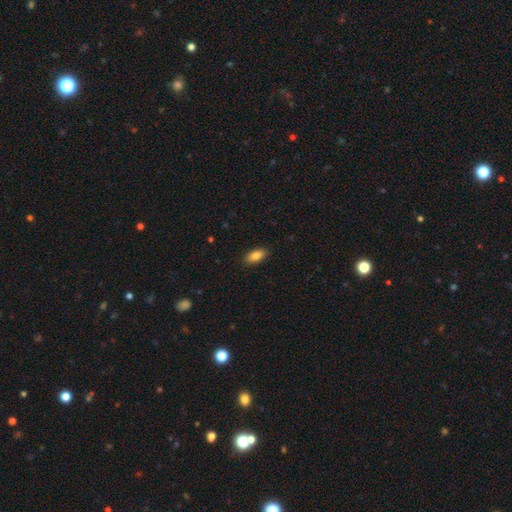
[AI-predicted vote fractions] The model was most divided on "smooth or featured": smooth: 86%, star or artifact: 7%, featured or disk: 7%. More confident: how rounded — in between (89%); merging — none (89%).